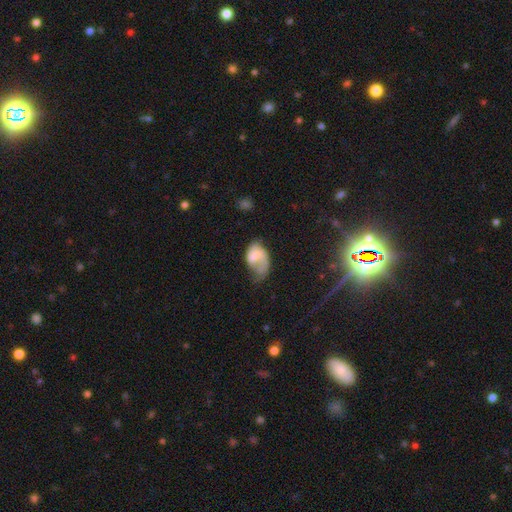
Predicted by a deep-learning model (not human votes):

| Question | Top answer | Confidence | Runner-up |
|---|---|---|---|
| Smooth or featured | smooth | 57% | featured or disk (35%) |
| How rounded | in between | 86% | round (13%) |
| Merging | major disturbance | 47% | minor disturbance (27%) |